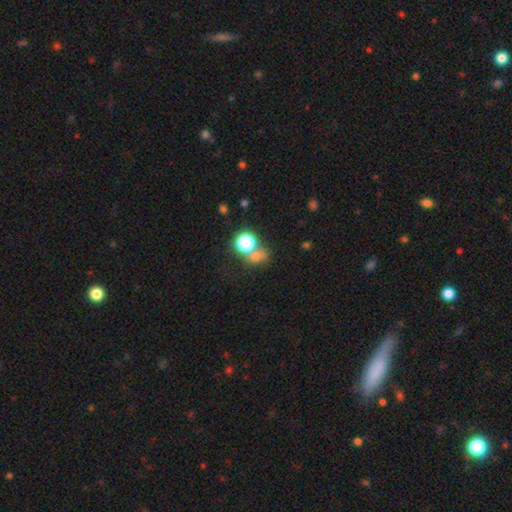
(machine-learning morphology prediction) Smooth or featured?
  - smooth: 63% *
  - star or artifact: 27%
  - featured or disk: 10%
How rounded?
  - round: 70% *
  - in between: 28%
  - cigar-shaped: 1%
Merging?
  - none: 48% *
  - merger: 34%
  - minor disturbance: 11%
  - major disturbance: 7%